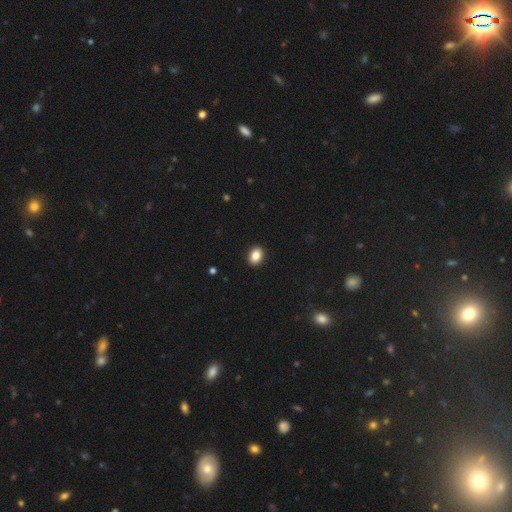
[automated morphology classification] Smooth or featured: smooth — 86% (star or artifact — 9%)
How rounded: in between — 71% (round — 28%)
Merging: none — 92% (minor disturbance — 6%)